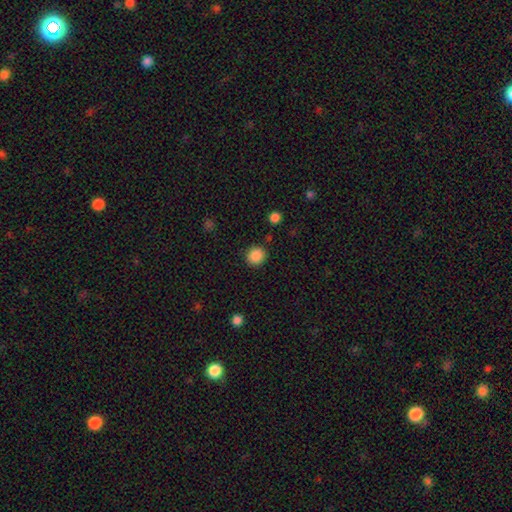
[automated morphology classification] Smooth or featured: smooth — 87% (star or artifact — 10%)
How rounded: round — 89% (in between — 10%)
Merging: none — 89% (minor disturbance — 7%)